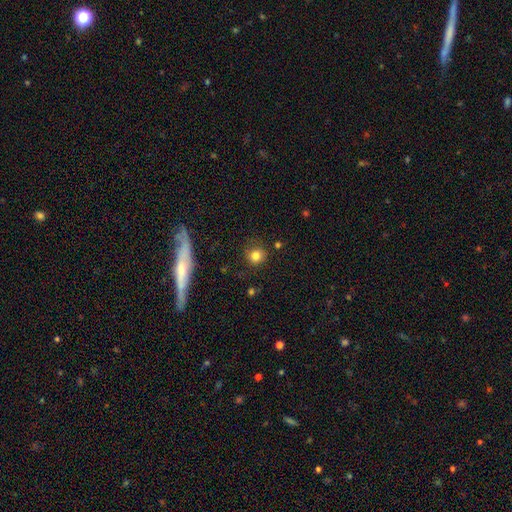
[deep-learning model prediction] smooth_or_featured: smooth (p=0.81) [alt: star or artifact p=0.12]
how_rounded: round (p=0.90) [alt: in between p=0.09]
merging: none (p=0.84) [alt: minor disturbance p=0.11]